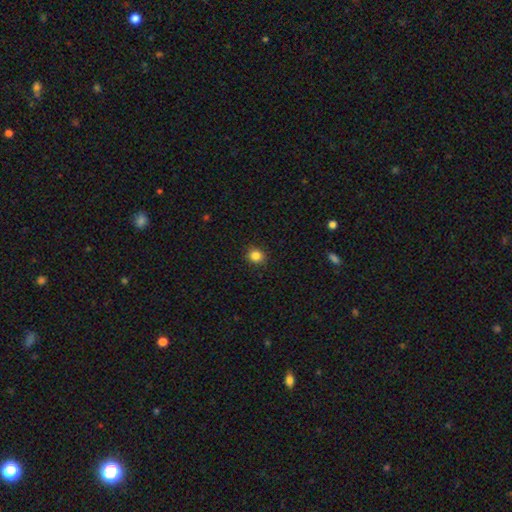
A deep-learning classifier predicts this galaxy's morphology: The model was most divided on "how rounded": round: 83%, in between: 16%, cigar-shaped: 1%. More confident: merging — none (91%); smooth or featured — smooth (85%).